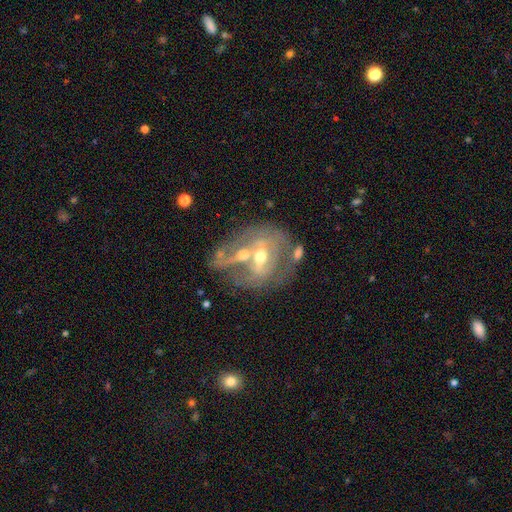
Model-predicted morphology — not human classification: type=featured or disk (74%); edge-on=no (93%); bar=no (39%); spiral arms=yes (51%); bulge=moderate (62%); merging=merger (41%).